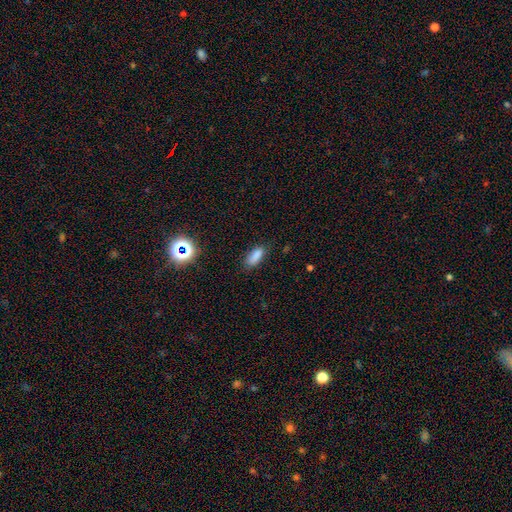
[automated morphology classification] smooth_or_featured: smooth (p=0.83) [alt: star or artifact p=0.12]
how_rounded: in between (p=0.74) [alt: cigar-shaped p=0.22]
merging: none (p=0.75) [alt: minor disturbance p=0.18]